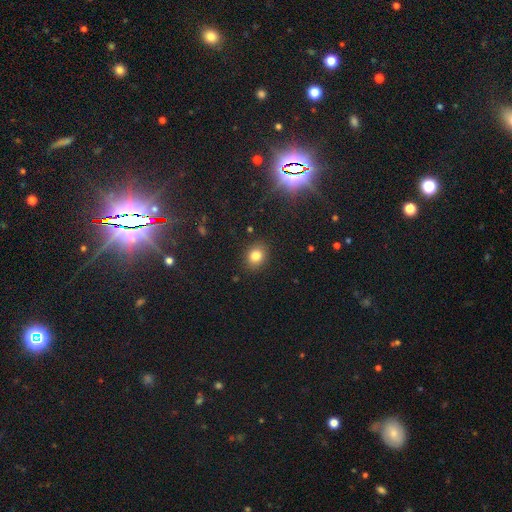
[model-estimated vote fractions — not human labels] smooth_or_featured: smooth (p=0.81) [alt: star or artifact p=0.12]
how_rounded: round (p=0.60) [alt: in between p=0.39]
merging: none (p=0.88) [alt: minor disturbance p=0.08]